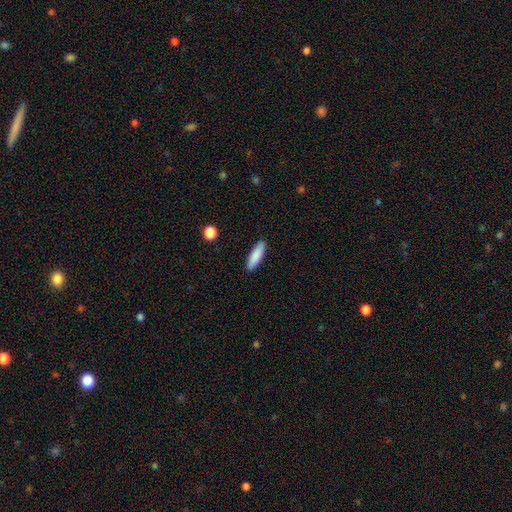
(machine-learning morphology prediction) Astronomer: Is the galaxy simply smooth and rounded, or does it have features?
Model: smooth — 86%.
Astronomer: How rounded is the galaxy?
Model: cigar-shaped — 66%.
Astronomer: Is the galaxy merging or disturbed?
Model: none — 89%.